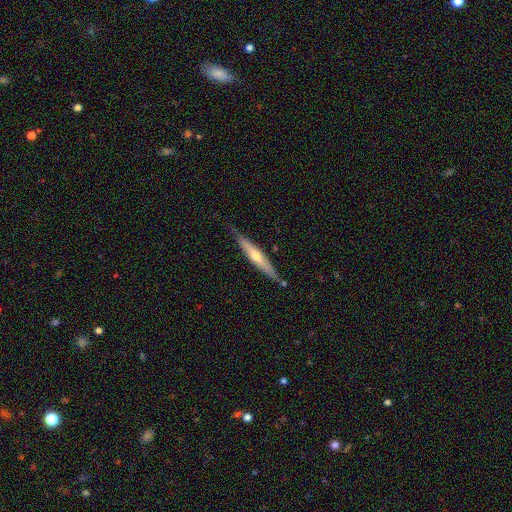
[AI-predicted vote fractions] This is possibly a featured or disk galaxy (60%). It is clearly viewed edge-on (94%). Edge-on bulge: clearly rounded (80%). Merging: clearly none (81%).